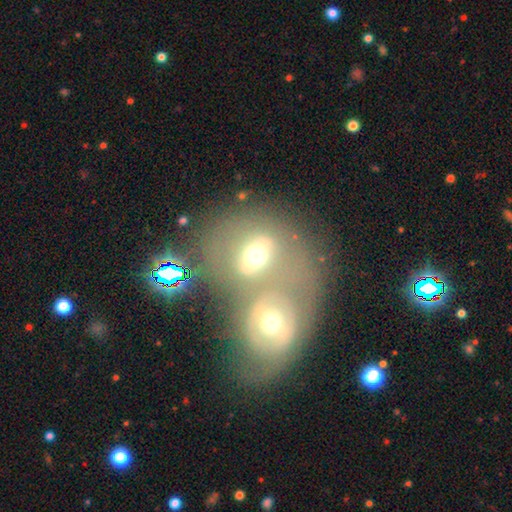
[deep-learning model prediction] Overall: featured or disk (46%; smooth 43%). Merging: merger (61%; none 25%).